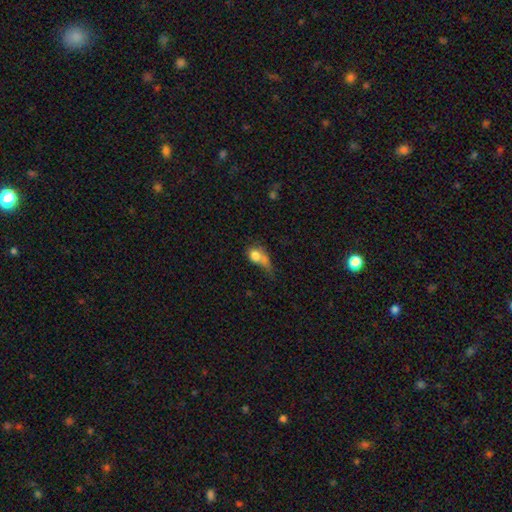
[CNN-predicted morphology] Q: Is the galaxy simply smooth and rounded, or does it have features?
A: smooth — 72%.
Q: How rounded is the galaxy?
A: round — 53%.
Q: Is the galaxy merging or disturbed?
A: merger — 37%.